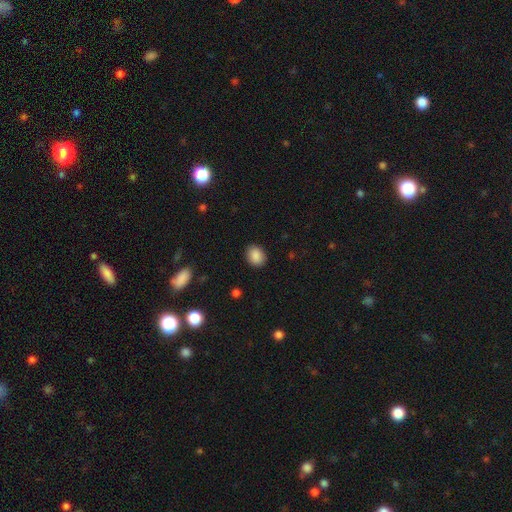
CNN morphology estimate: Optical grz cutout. It shows a smooth galaxy with no disk features (88%) that is round (54%). Merging: none (88%).